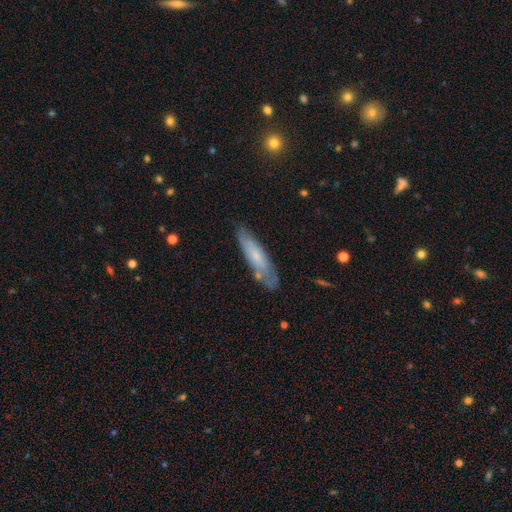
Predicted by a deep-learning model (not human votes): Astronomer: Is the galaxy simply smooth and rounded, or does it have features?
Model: smooth — 56% (runner-up: featured or disk, 38%).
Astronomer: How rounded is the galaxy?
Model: cigar-shaped — 71%.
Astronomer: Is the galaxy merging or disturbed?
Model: none — 70%.